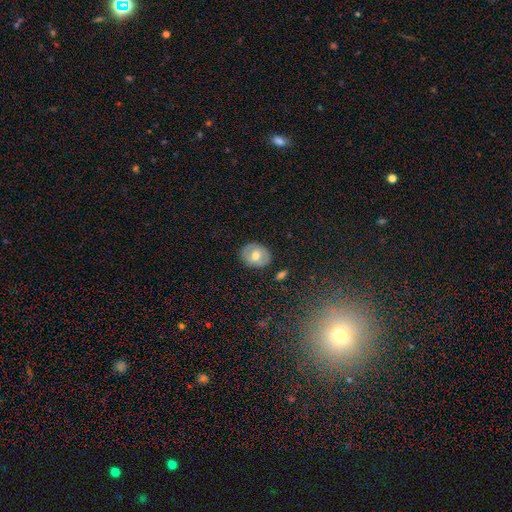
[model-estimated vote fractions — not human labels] Smooth or featured?
  - smooth: 54% *
  - featured or disk: 39%
  - star or artifact: 7%
How rounded?
  - round: 51% *
  - in between: 48%
  - cigar-shaped: 1%
Merging?
  - none: 84% *
  - minor disturbance: 11%
  - major disturbance: 3%
  - merger: 2%